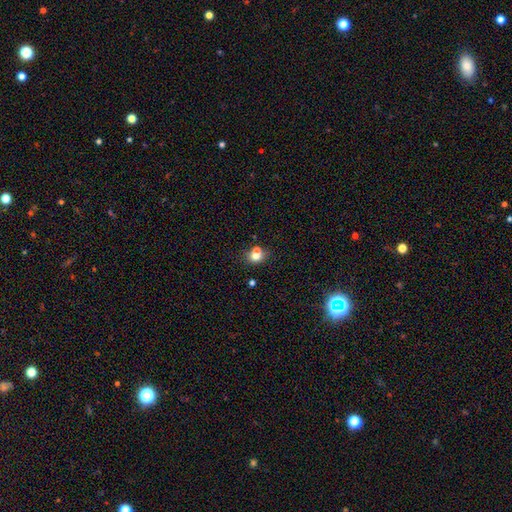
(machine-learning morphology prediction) A smooth galaxy with no disk features (70%) that is round (61%).

Vote fractions:
- Smooth or featured? smooth: 70% / featured or disk: 16% / star or artifact: 14%
- How rounded? round: 61% / in between: 38% / cigar-shaped: 1%
- Merging? merger: 44% / none: 43% / minor disturbance: 9% / major disturbance: 4%